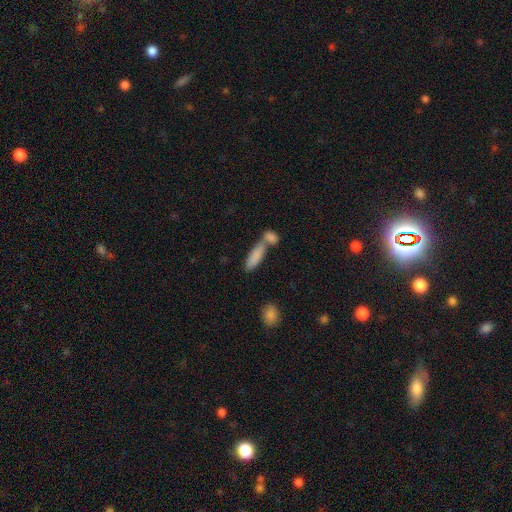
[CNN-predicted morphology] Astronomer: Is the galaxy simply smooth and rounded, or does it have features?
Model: smooth — 84%.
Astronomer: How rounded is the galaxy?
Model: in between — 52% (runner-up: cigar-shaped, 46%).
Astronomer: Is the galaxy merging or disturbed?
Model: merger — 46% (runner-up: none, 41%).